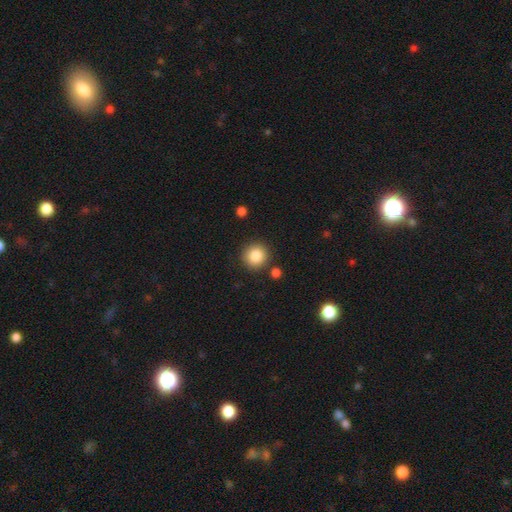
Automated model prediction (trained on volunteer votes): Q: Smooth or featured?
A: smooth (86%); runner-up: star or artifact (9%)
Q: How rounded?
A: round (94%); runner-up: in between (5%)
Q: Merging?
A: none (87%); runner-up: minor disturbance (7%)